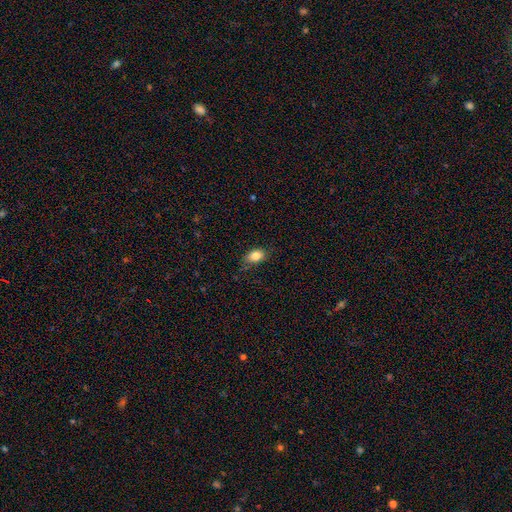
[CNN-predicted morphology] Smooth or featured?
  - smooth: 83% *
  - featured or disk: 8%
  - star or artifact: 8%
How rounded?
  - in between: 86% *
  - round: 12%
  - cigar-shaped: 2%
Merging?
  - none: 74% *
  - minor disturbance: 20%
  - major disturbance: 5%
  - merger: 1%